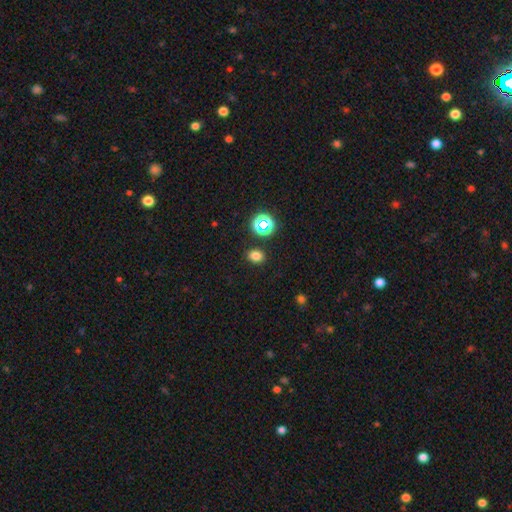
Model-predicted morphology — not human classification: Overall: smooth (76%). How rounded: in between (57%; round 42%). Merging: none (87%).